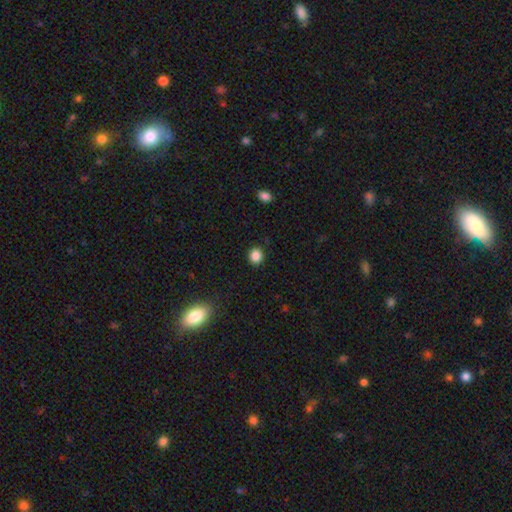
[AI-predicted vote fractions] smooth-or-featured: smooth: 86% | star or artifact: 11% | featured or disk: 3%
  how-rounded: round: 81% | in between: 18% | cigar-shaped: 1%
  merging: none: 90% | minor disturbance: 6% | major disturbance: 2% | merger: 1%